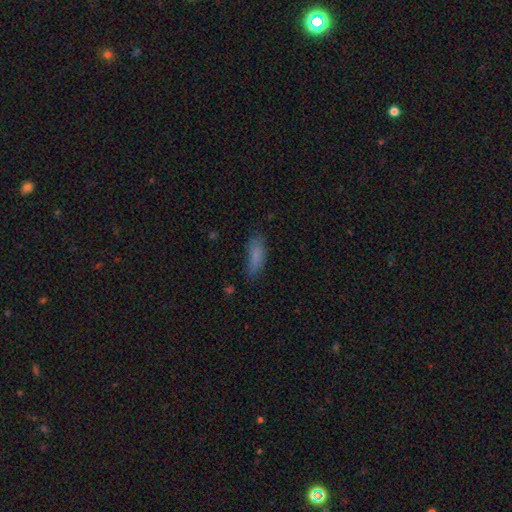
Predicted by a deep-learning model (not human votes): Smooth or featured? Predicted: smooth (p=0.80). How rounded? Predicted: in between (p=0.59). Merging? Predicted: none (p=0.62).